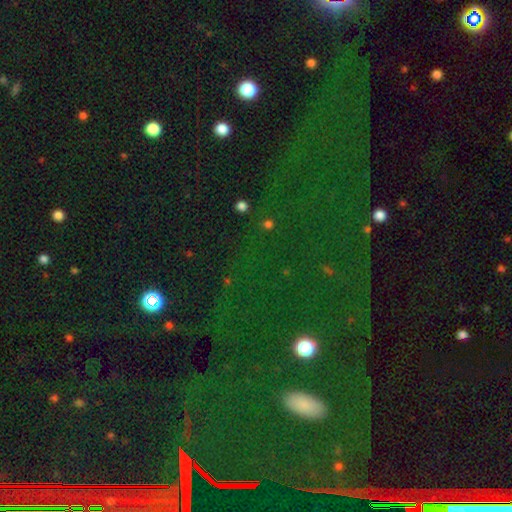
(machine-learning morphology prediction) star or artifact 68%, smooth 19%, featured or disk 13%.